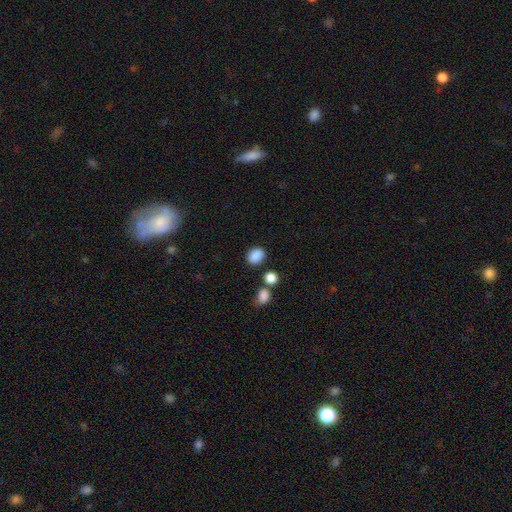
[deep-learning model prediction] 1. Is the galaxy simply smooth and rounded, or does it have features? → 86% smooth, 9% star or artifact, 4% featured or disk.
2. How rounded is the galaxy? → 55% in between, 44% round, 1% cigar-shaped.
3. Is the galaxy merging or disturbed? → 77% none, 12% minor disturbance, 8% merger, 4% major disturbance.